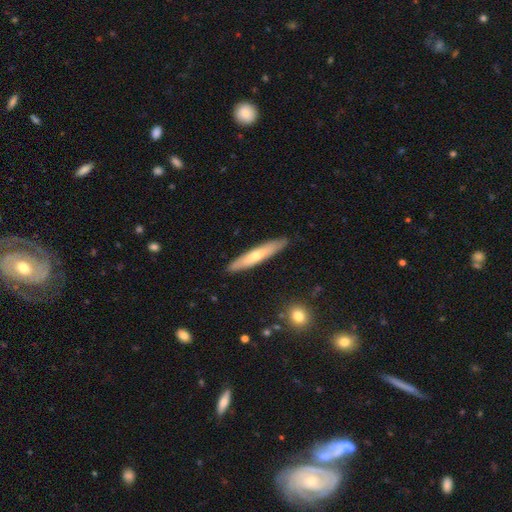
Smooth or featured? featured or disk (72%)
Edge-on disk? yes (75%)
Edge-on bulge? rounded (67%)
Merging? none (97%)